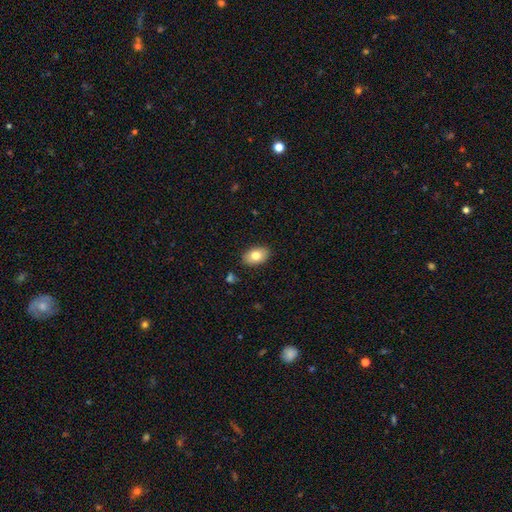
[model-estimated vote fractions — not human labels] A smooth galaxy with no disk features (78%) that is in between round and cigar-shaped (87%).

Vote fractions:
- Smooth or featured? smooth: 78% / featured or disk: 15% / star or artifact: 7%
- How rounded? in between: 87% / round: 12% / cigar-shaped: 1%
- Merging? none: 88% / minor disturbance: 9% / major disturbance: 2% / merger: 1%